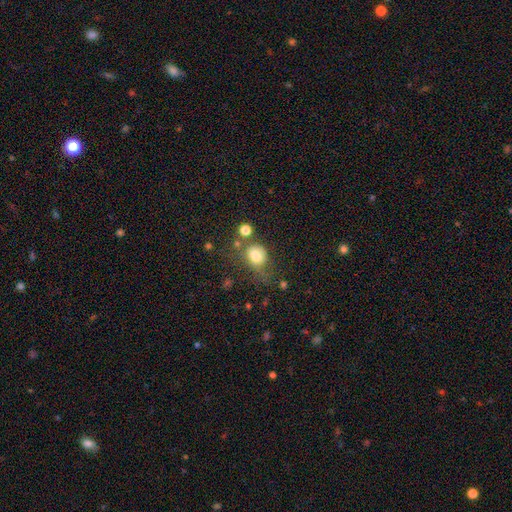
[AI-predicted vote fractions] smooth-or-featured: smooth: 78% | star or artifact: 11% | featured or disk: 11%
  how-rounded: round: 63% | in between: 36% | cigar-shaped: 1%
  merging: none: 40% | minor disturbance: 26% | major disturbance: 20% | merger: 14%